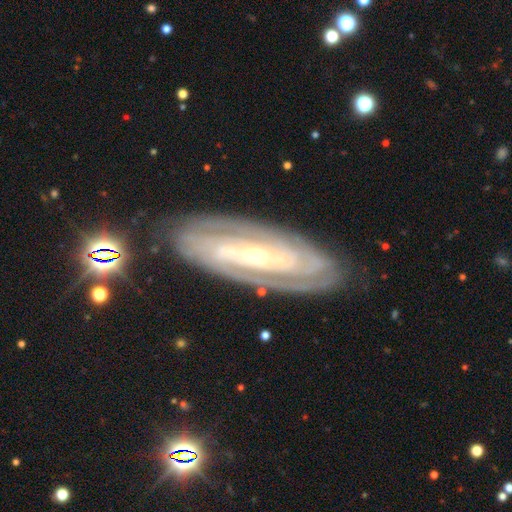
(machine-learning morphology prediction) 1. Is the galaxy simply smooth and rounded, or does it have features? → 86% featured or disk, 8% smooth, 6% star or artifact.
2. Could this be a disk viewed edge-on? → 89% no, 11% yes.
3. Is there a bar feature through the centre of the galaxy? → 45% no, 28% strong, 27% weak.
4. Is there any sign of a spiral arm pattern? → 93% yes, 7% no.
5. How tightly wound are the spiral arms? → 75% tight, 20% medium, 5% loose.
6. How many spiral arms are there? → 34% 2 (tied), 34% can't tell (tied), 13% 3, 8% 4, 6% more than 4, 5% 1.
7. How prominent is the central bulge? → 62% small, 33% moderate, 2% large, 1% none, 1% dominant.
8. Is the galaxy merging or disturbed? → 83% none, 12% minor disturbance, 4% major disturbance, 2% merger.